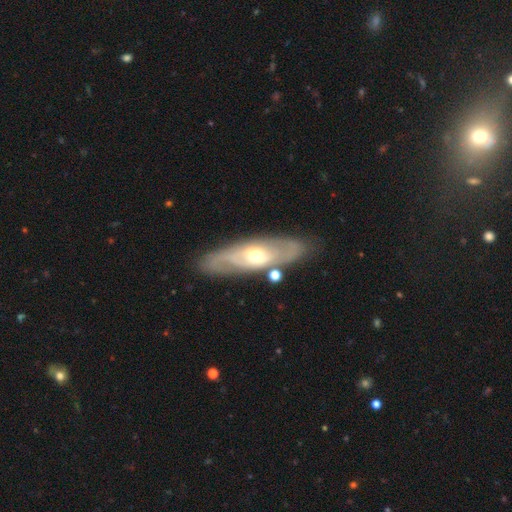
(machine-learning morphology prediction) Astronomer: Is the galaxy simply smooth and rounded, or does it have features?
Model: featured or disk — 70%.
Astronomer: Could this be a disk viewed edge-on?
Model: no — 78%.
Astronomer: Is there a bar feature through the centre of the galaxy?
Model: no — 71%.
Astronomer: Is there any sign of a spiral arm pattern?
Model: yes — 59% (runner-up: no, 41%).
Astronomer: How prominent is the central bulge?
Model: moderate — 60%.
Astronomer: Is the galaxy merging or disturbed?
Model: none — 80%.